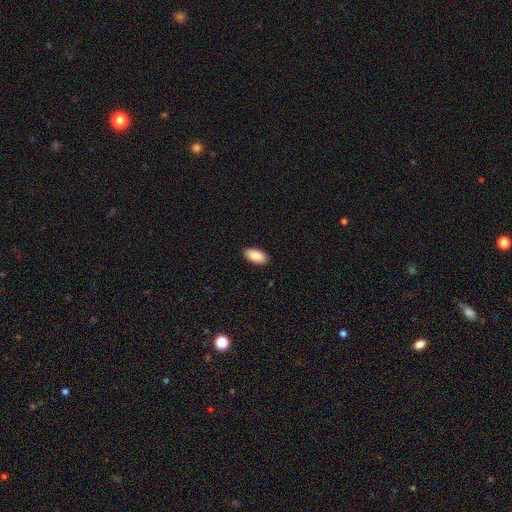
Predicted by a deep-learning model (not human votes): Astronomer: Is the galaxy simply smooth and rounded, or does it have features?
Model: smooth — 90%.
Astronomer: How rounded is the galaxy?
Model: in between — 95%.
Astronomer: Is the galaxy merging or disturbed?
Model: none — 90%.